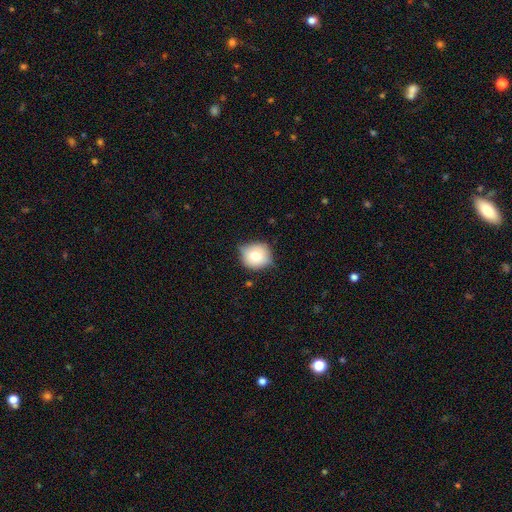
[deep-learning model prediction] smooth_or_featured: smooth (p=0.71) [alt: featured or disk p=0.19]
how_rounded: round (p=0.86) [alt: in between p=0.12]
merging: none (p=0.66) [alt: minor disturbance p=0.27]